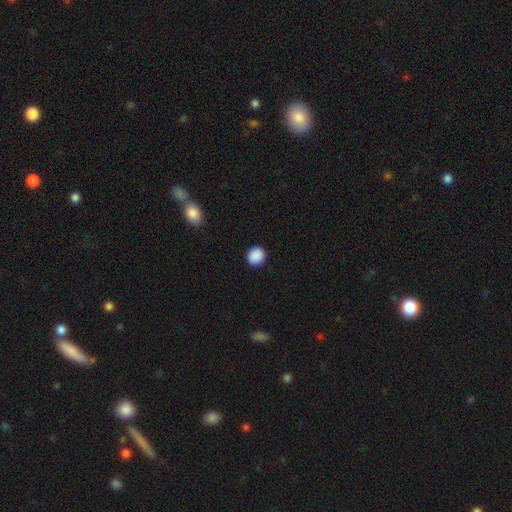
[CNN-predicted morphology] smooth_or_featured: smooth (p=0.89) [alt: star or artifact p=0.08]
how_rounded: round (p=0.80) [alt: in between p=0.19]
merging: none (p=0.91) [alt: minor disturbance p=0.06]